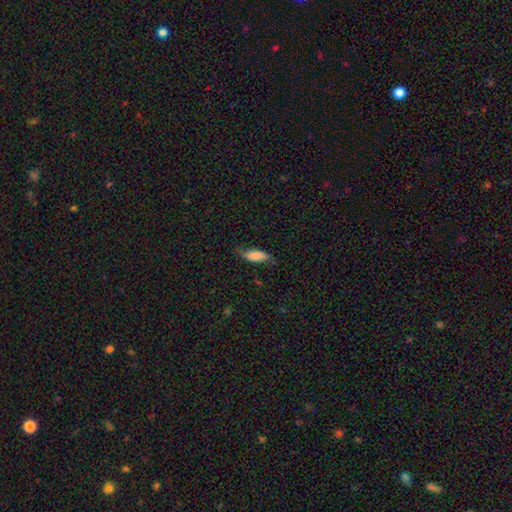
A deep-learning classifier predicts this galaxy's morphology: Q: Smooth or featured?
A: smooth (74%); runner-up: featured or disk (19%)
Q: How rounded?
A: in between (72%); runner-up: cigar-shaped (26%)
Q: Merging?
A: none (61%); runner-up: minor disturbance (28%)